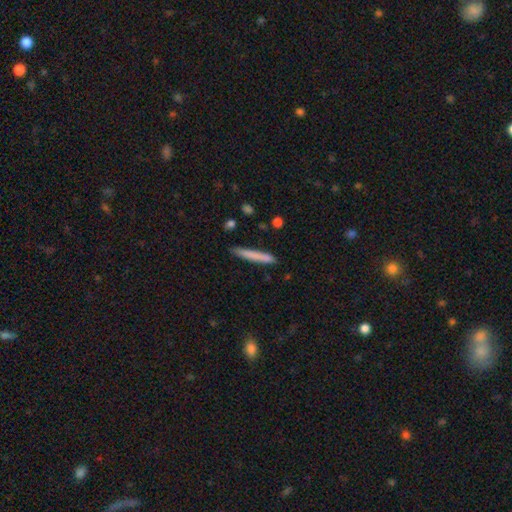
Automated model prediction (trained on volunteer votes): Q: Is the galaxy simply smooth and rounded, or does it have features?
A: smooth — 76%.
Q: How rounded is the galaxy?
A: cigar-shaped — 96%.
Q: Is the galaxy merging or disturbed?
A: none — 84%.